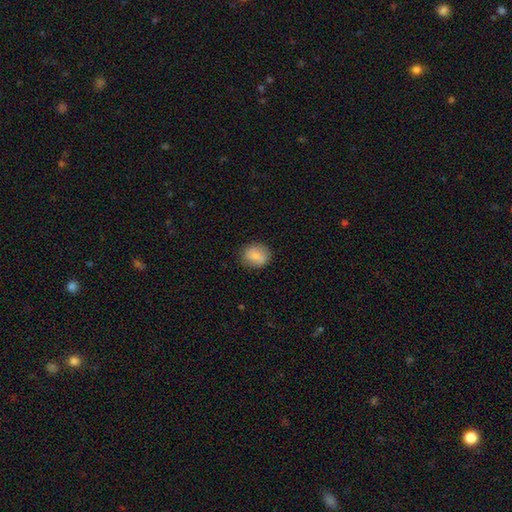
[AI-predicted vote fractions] A smooth galaxy with no disk features (81%) that is round (68%).

Vote fractions:
- Smooth or featured? smooth: 81% / featured or disk: 11% / star or artifact: 8%
- How rounded? round: 68% / in between: 31% / cigar-shaped: 1%
- Merging? none: 84% / minor disturbance: 12% / major disturbance: 3% / merger: 1%